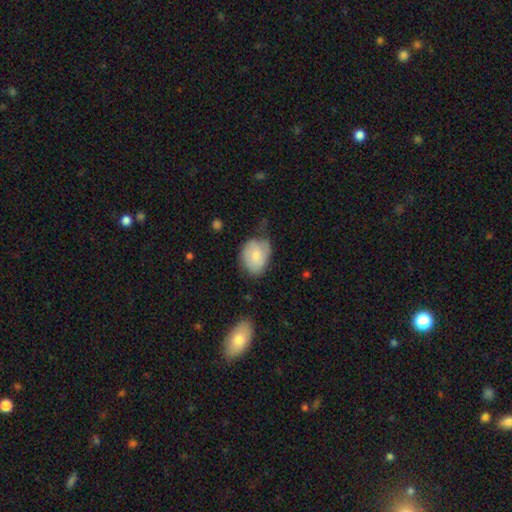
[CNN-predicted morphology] A smooth galaxy with no disk features (72%) that is in between round and cigar-shaped (61%). Merging: none (45%).